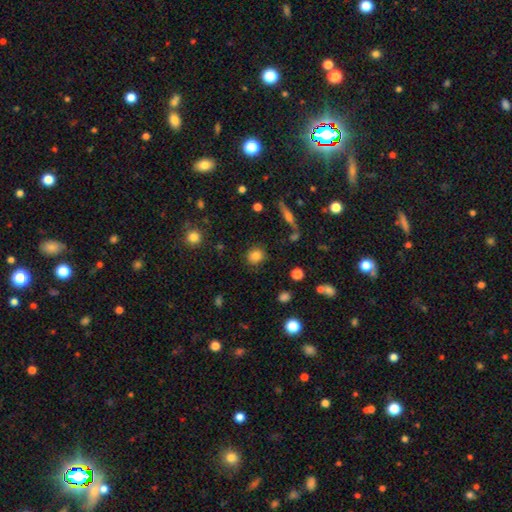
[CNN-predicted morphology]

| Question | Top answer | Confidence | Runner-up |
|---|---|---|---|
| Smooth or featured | smooth | 82% | star or artifact (11%) |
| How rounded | round | 82% | in between (17%) |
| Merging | none | 86% | minor disturbance (9%) |